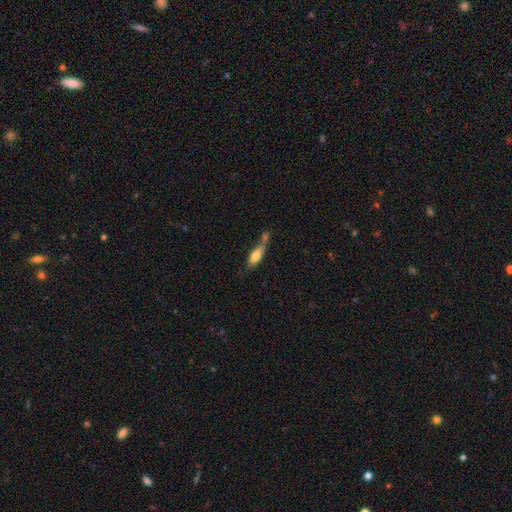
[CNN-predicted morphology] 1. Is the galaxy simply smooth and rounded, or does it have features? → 67% smooth, 26% featured or disk, 7% star or artifact.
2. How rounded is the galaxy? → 58% in between, 38% cigar-shaped, 4% round.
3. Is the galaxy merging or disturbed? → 37% merger, 32% none, 20% minor disturbance, 12% major disturbance.